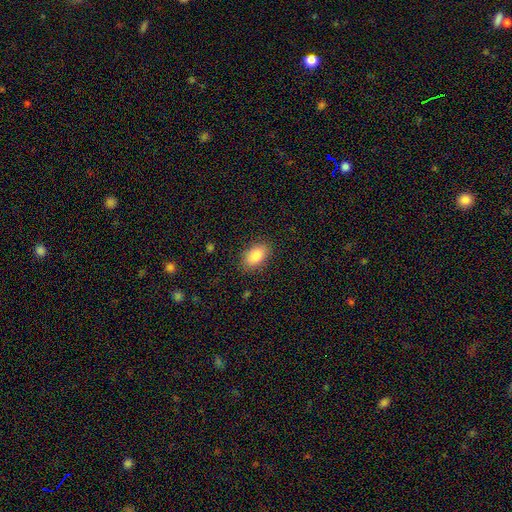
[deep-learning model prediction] Smooth or featured? Predicted: smooth (p=0.86). How rounded? Predicted: in between (p=0.92). Merging? Predicted: none (p=0.86).